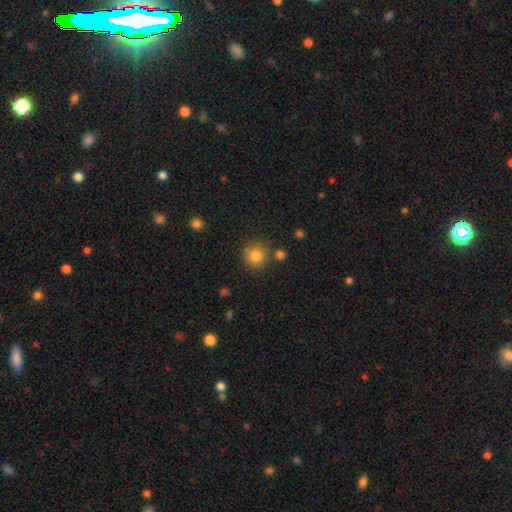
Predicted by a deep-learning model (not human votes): A smooth galaxy with no disk features (82%) that is round (92%).

Vote fractions:
- Smooth or featured? smooth: 82% / star or artifact: 11% / featured or disk: 6%
- How rounded? round: 92% / in between: 7% / cigar-shaped: 1%
- Merging? none: 80% / minor disturbance: 10% / merger: 7% / major disturbance: 3%